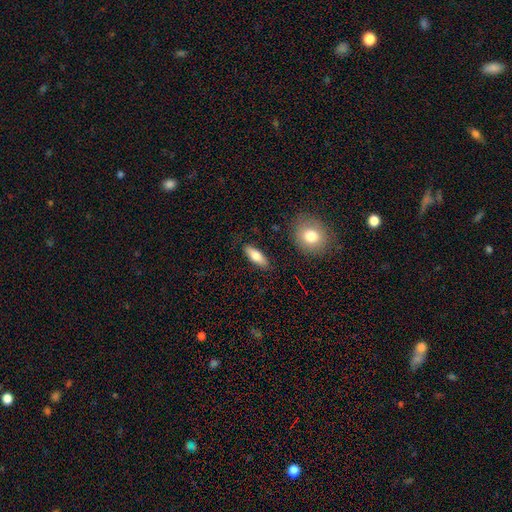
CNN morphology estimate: A smooth galaxy with no disk features (75%) that is in between round and cigar-shaped (62%).

Vote fractions:
- Smooth or featured? smooth: 75% / featured or disk: 19% / star or artifact: 6%
- How rounded? in between: 62% / cigar-shaped: 36% / round: 3%
- Merging? none: 85% / minor disturbance: 10% / major disturbance: 3% / merger: 2%